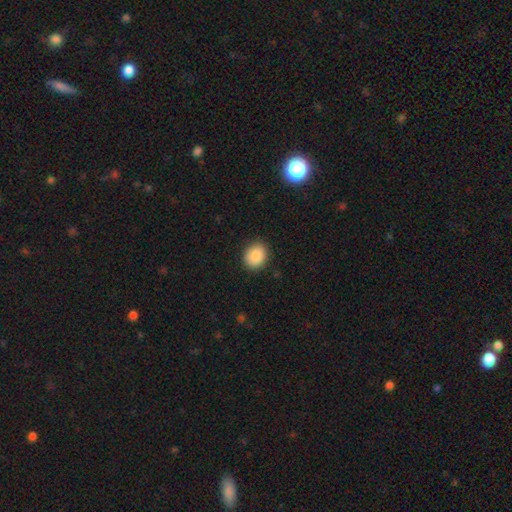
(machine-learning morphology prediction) smooth-or-featured: smooth: 89% | star or artifact: 8% | featured or disk: 3%
  how-rounded: round: 61% | in between: 39% | cigar-shaped: 1%
  merging: none: 88% | minor disturbance: 9% | major disturbance: 2% | merger: 1%